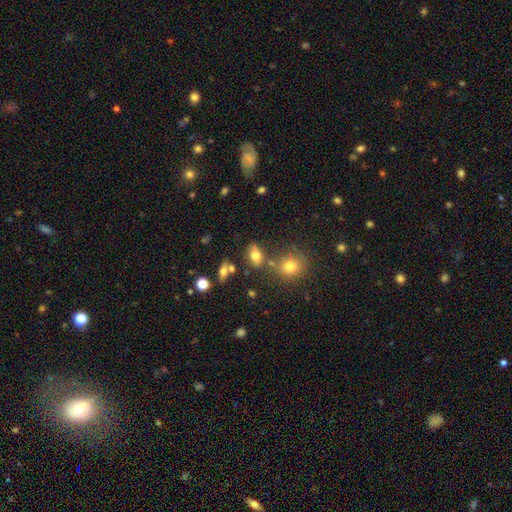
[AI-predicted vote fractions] Morphology: type=smooth (74%); roundness=in between (80%); merging=none (66%).